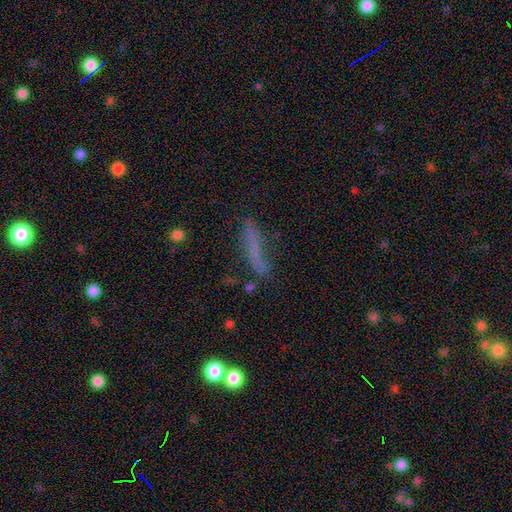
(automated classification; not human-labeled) Smooth or featured?
  - smooth: 58% *
  - featured or disk: 28%
  - star or artifact: 14%
How rounded?
  - cigar-shaped: 82% *
  - in between: 15%
  - round: 3%
Merging?
  - none: 57% *
  - minor disturbance: 25%
  - major disturbance: 13%
  - merger: 5%